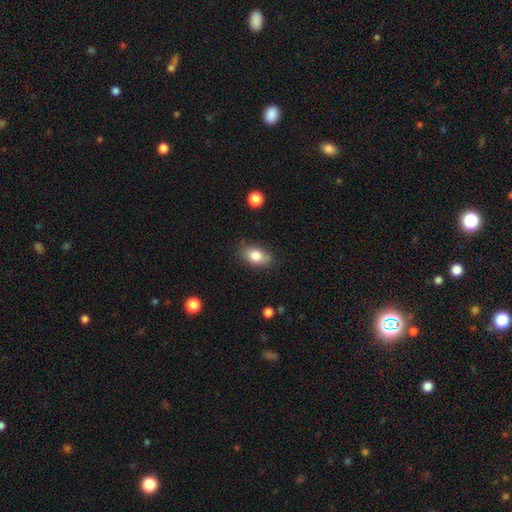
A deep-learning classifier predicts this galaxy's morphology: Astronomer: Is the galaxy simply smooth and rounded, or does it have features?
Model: smooth — 81%.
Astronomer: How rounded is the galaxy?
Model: in between — 88%.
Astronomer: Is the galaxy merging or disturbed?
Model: none — 79%.